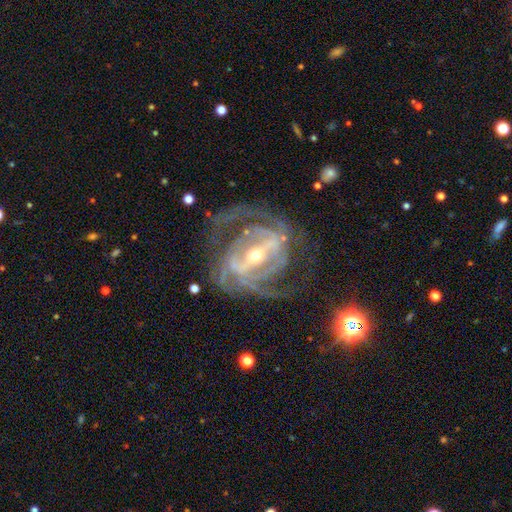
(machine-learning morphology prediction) This is clearly a featured or disk galaxy (91%). It is clearly not viewed edge-on (96%). Bar: likely strong (70%). Spiral arm pattern: clearly yes (94%). Spiral arm count: possibly 2 (51%). Spiral winding: possibly medium (47%). Central bulge: likely small (63%). Merging: likely none (60%).